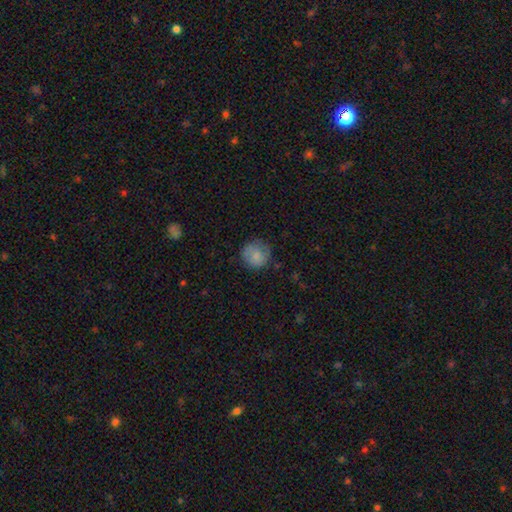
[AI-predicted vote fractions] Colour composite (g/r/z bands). It shows a smooth galaxy with no disk features (79%) that is round (93%). Merging: none (76%).